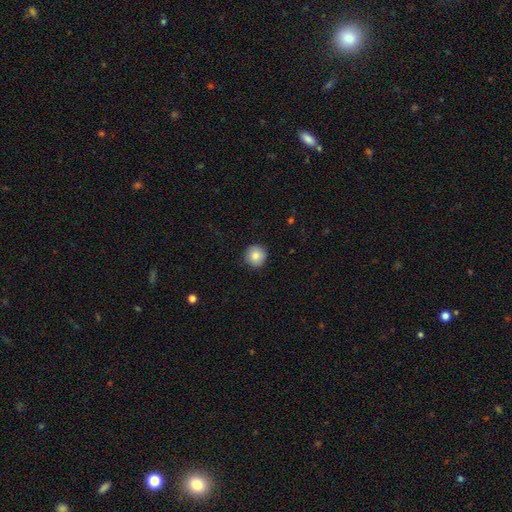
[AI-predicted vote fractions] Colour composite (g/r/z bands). It shows a smooth galaxy with no disk features (84%) that is round (95%). Merging: none (91%).